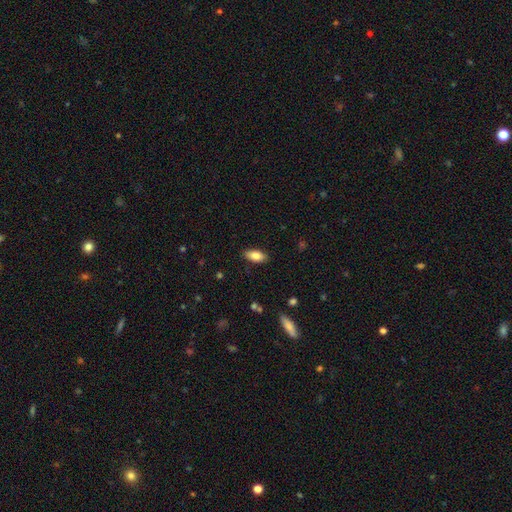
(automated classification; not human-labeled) A smooth galaxy with no disk features (80%) that is in between round and cigar-shaped (88%). Merging: none (87%).